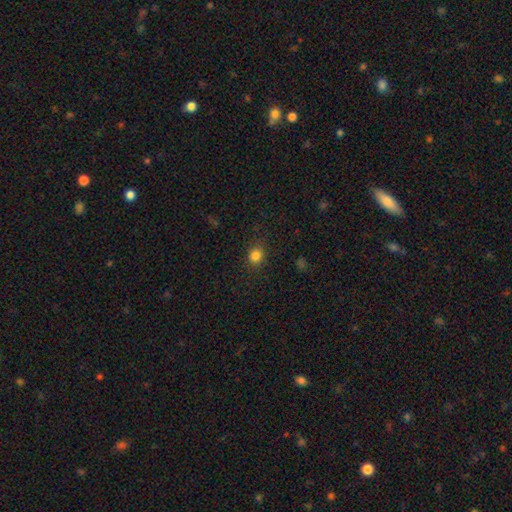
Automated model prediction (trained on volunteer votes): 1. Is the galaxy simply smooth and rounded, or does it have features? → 82% smooth, 13% star or artifact, 5% featured or disk.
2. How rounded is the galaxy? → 79% round, 20% in between, 1% cigar-shaped.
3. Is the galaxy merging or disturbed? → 86% none, 10% minor disturbance, 3% major disturbance, 1% merger.